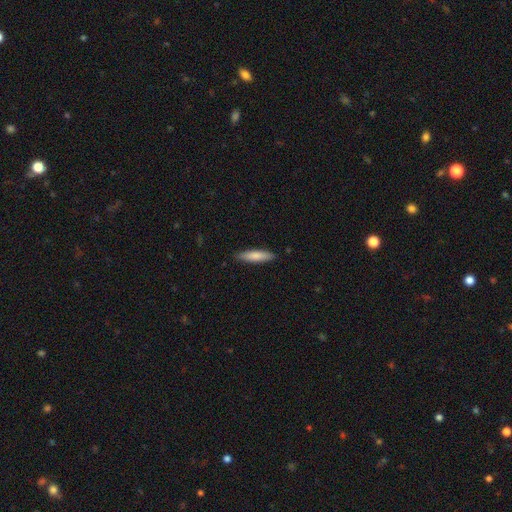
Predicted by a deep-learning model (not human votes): This is clearly a smooth galaxy (81%). How rounded: likely cigar-shaped (77%). Merging: clearly none (89%).